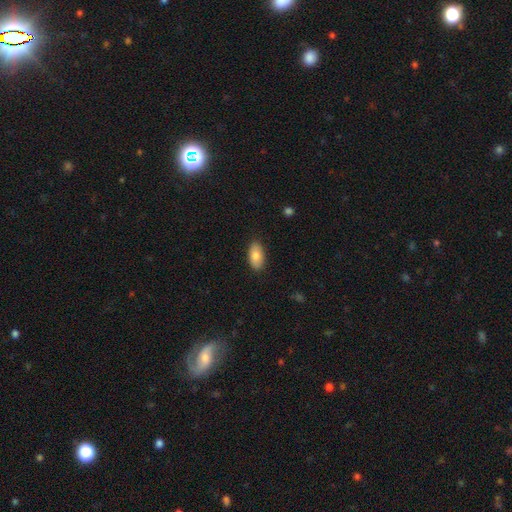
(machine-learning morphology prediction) The model was most divided on "smooth or featured": smooth: 83%, featured or disk: 11%, star or artifact: 6%. More confident: how rounded — in between (93%); merging — none (86%).